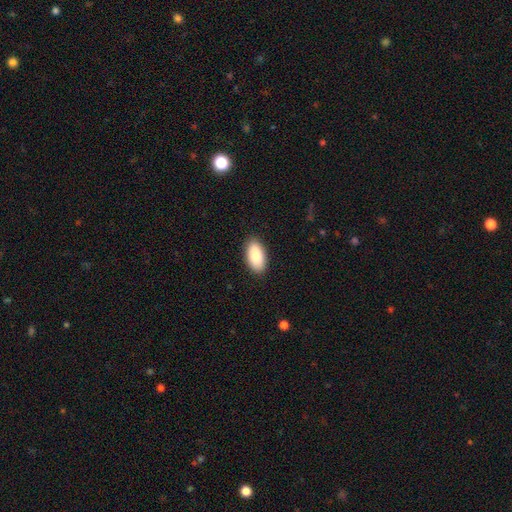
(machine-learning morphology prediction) smooth_or_featured: smooth (p=0.89) [alt: star or artifact p=0.06]
how_rounded: in between (p=0.95) [alt: cigar-shaped p=0.03]
merging: none (p=0.89) [alt: minor disturbance p=0.08]